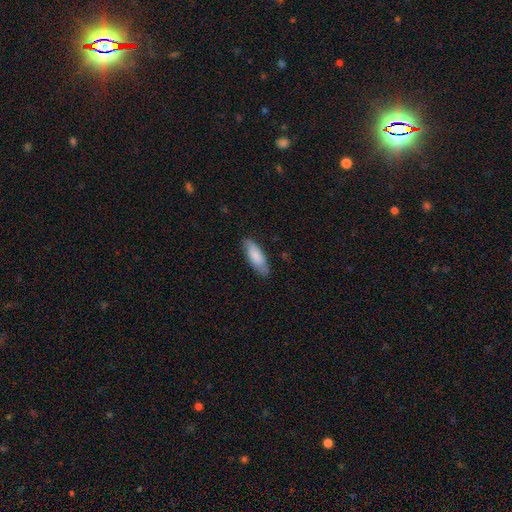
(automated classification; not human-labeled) A smooth galaxy with no disk features (80%) that is in between round and cigar-shaped (65%).

Vote fractions:
- Smooth or featured? smooth: 80% / featured or disk: 14% / star or artifact: 6%
- How rounded? in between: 65% / cigar-shaped: 33% / round: 2%
- Merging? none: 81% / minor disturbance: 16% / major disturbance: 3% / merger: 1%